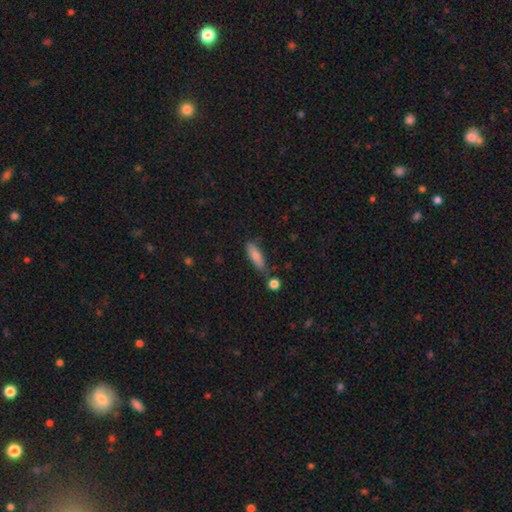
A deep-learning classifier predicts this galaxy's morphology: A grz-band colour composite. It shows a smooth galaxy with no disk features (80%) that is cigar-shaped (51%). Merging: none (65%).